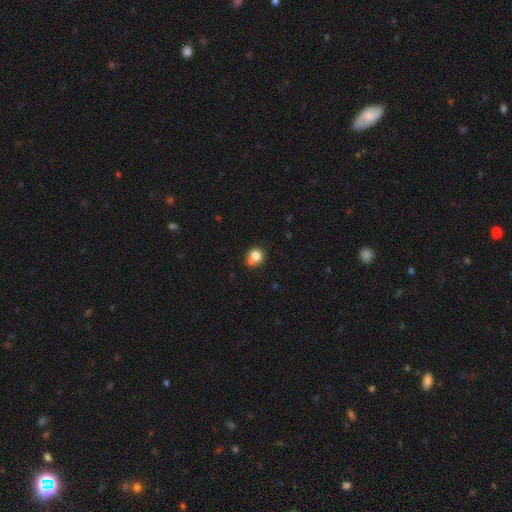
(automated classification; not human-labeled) Smooth or featured? Predicted: smooth (p=0.79). How rounded? Predicted: round (p=0.69). Merging? Predicted: none (p=0.50).